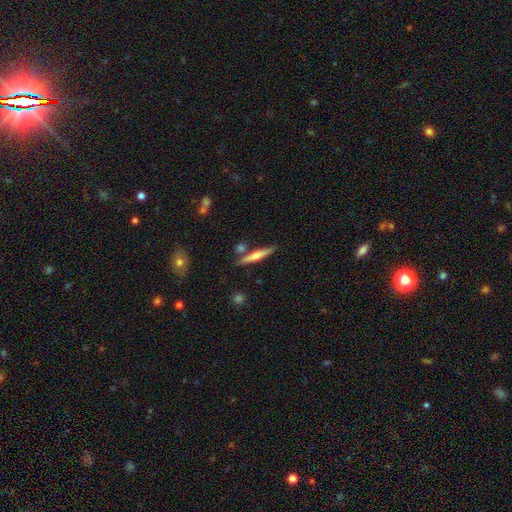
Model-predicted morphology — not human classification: A smooth galaxy with no disk features (48%). Merging: none (78%).